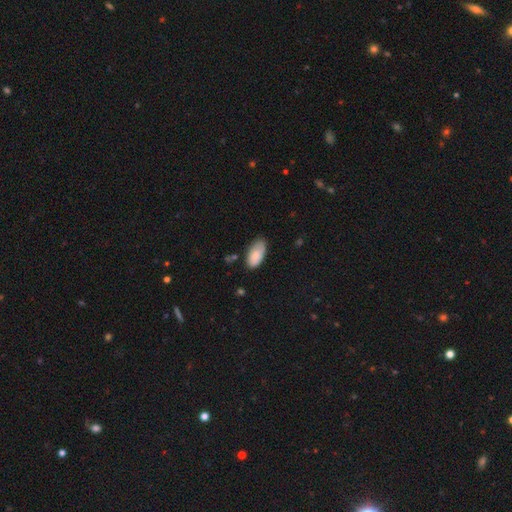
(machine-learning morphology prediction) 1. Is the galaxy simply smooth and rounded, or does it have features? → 81% smooth, 13% featured or disk, 6% star or artifact.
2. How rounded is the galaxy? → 94% in between, 4% cigar-shaped, 2% round.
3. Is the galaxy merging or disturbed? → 71% none, 23% minor disturbance, 4% major disturbance, 2% merger.